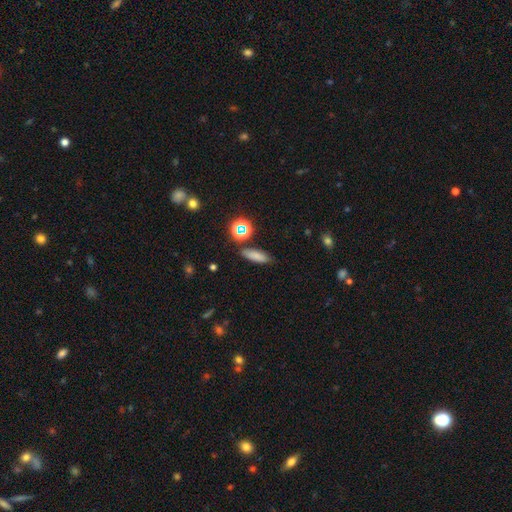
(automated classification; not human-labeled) Overall: smooth (76%). How rounded: in between (50%; cigar-shaped 42%). Merging: none (80%).